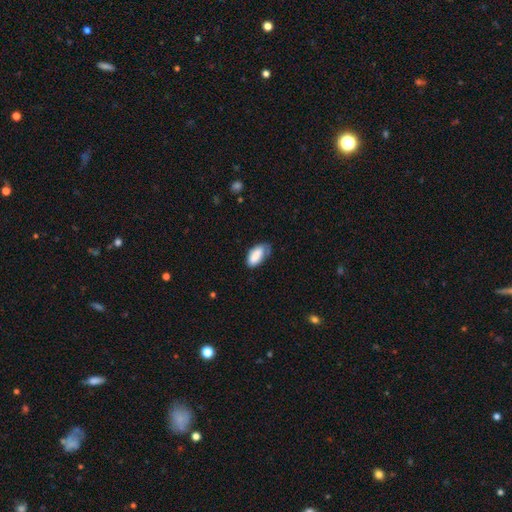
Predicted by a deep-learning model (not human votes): Smooth or featured? smooth (82%)
How rounded? in between (92%)
Merging? none (48%)